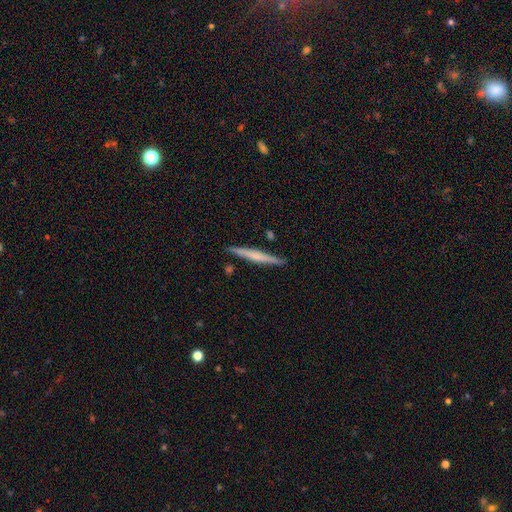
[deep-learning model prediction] A featured or disk galaxy (51%) viewed edge-on (98%).

Vote fractions:
- Smooth or featured? featured or disk: 51% / smooth: 44% / star or artifact: 5%
- Edge-on disk? yes: 98% / no: 2%
- Merging? none: 90% / minor disturbance: 7% / merger: 2% / major disturbance: 1%